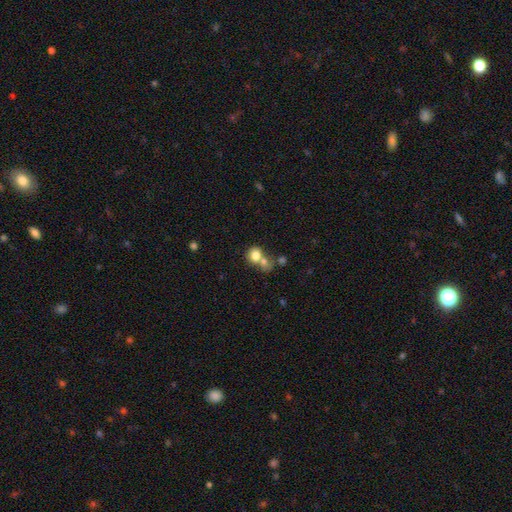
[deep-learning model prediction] Overall: smooth (75%). How rounded: round (74%). Merging: merger (53%; none 33%).